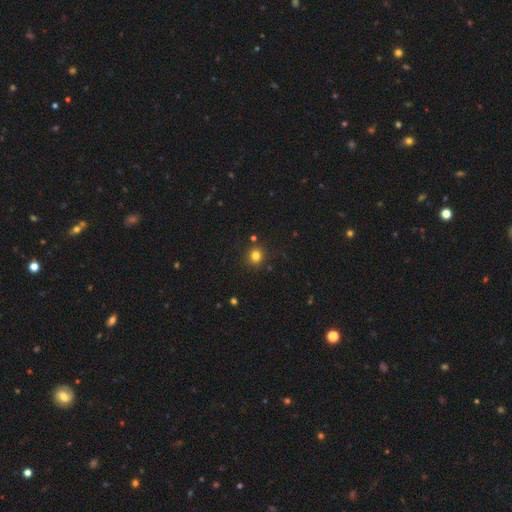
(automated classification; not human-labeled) Smooth or featured? Predicted: smooth (p=0.80). How rounded? Predicted: round (p=0.87). Merging? Predicted: none (p=0.87).